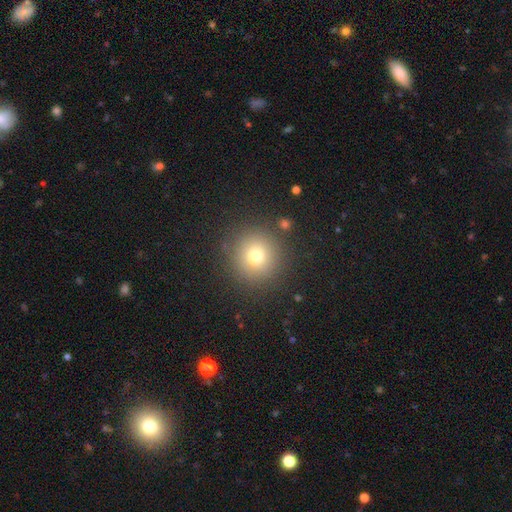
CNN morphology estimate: Smooth or featured? smooth (73%)
How rounded? round (95%)
Merging? none (88%)